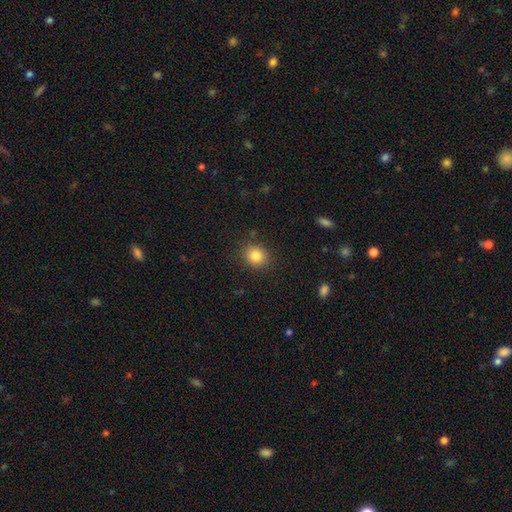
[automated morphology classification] Q: Smooth or featured?
A: smooth (83%); runner-up: star or artifact (11%)
Q: How rounded?
A: round (76%); runner-up: in between (23%)
Q: Merging?
A: none (86%); runner-up: minor disturbance (9%)